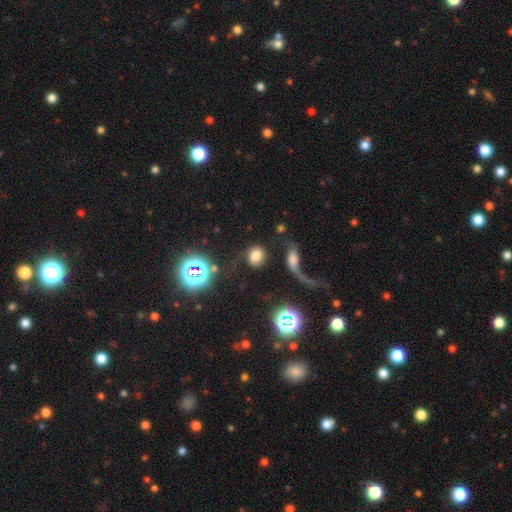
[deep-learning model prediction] Morphology: type=smooth (66%); roundness=round (67%); merging=none (55%).